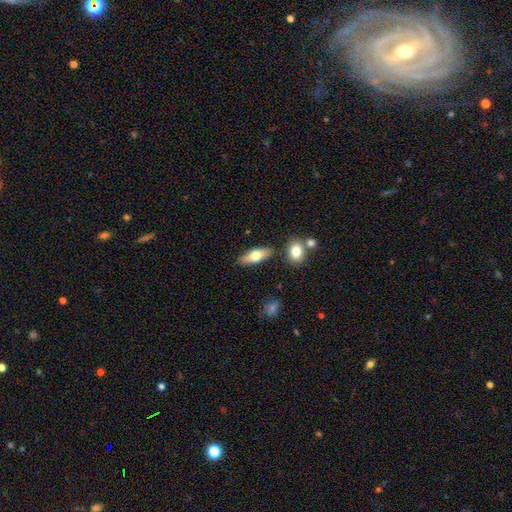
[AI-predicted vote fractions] Smooth or featured?
  - smooth: 68% *
  - featured or disk: 25%
  - star or artifact: 6%
How rounded?
  - in between: 70% *
  - cigar-shaped: 26%
  - round: 3%
Merging?
  - none: 82% *
  - minor disturbance: 10%
  - merger: 5%
  - major disturbance: 3%